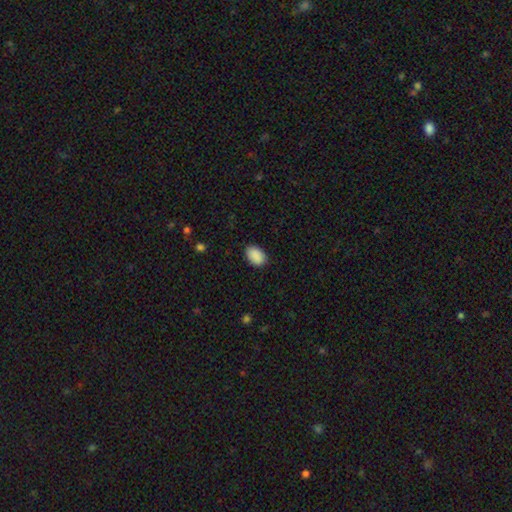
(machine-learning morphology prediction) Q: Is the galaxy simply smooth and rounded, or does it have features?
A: smooth — 90%.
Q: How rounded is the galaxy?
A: in between — 86%.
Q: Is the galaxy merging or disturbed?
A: none — 86%.